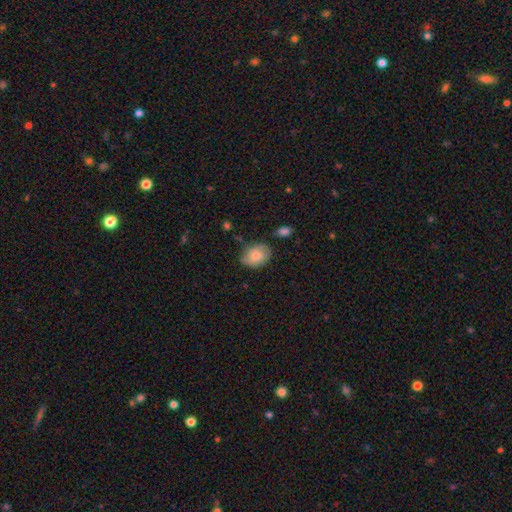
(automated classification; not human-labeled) A smooth galaxy with no disk features (77%) that is in between round and cigar-shaped (71%). Merging: none (69%).